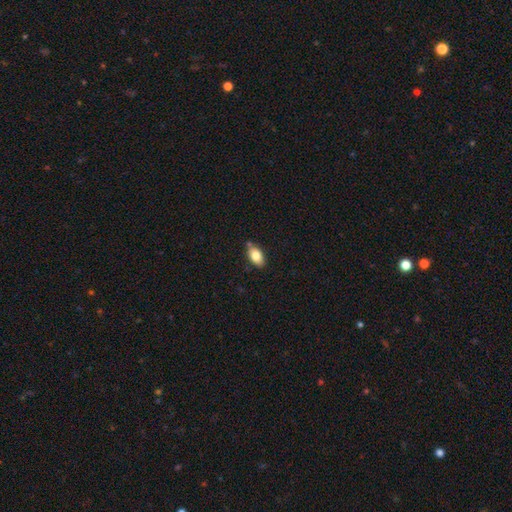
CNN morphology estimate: Smooth or featured?
  - smooth: 80% *
  - featured or disk: 13%
  - star or artifact: 8%
How rounded?
  - in between: 91% *
  - round: 6%
  - cigar-shaped: 3%
Merging?
  - none: 77% *
  - minor disturbance: 15%
  - merger: 5%
  - major disturbance: 3%